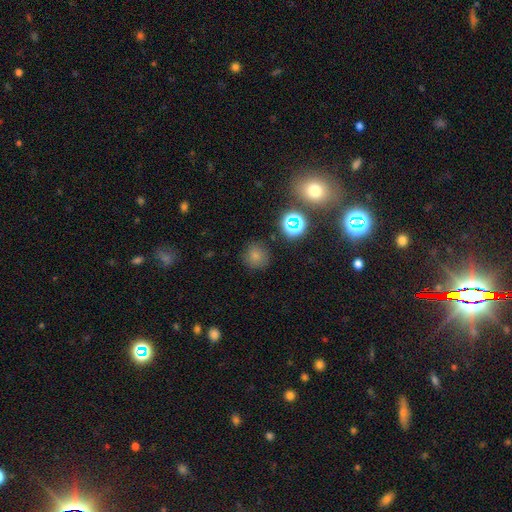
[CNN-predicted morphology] Smooth or featured? Predicted: smooth (p=0.73). How rounded? Predicted: round (p=0.90). Merging? Predicted: none (p=0.84).